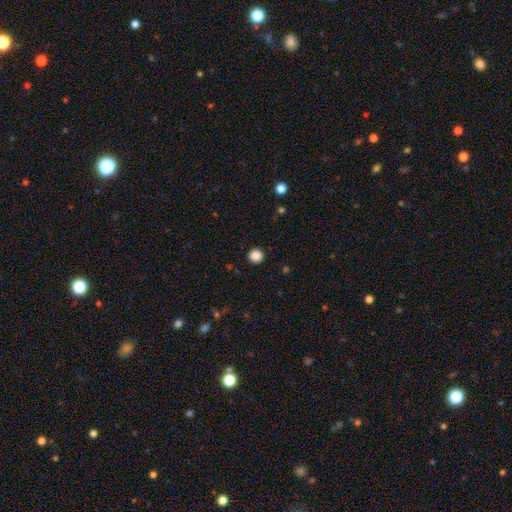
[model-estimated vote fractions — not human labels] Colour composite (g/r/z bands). It shows a smooth galaxy with no disk features (87%) that is round (94%). Merging: none (93%).